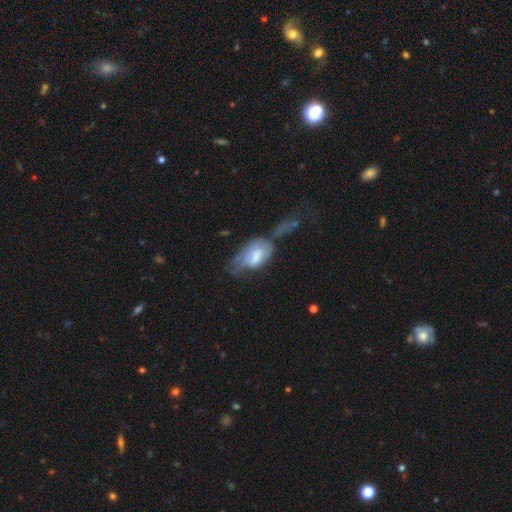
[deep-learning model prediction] smooth_or_featured: smooth (p=0.52) [alt: featured or disk p=0.40]
how_rounded: in between (p=0.90) [alt: round p=0.07]
merging: major disturbance (p=0.42) [alt: minor disturbance p=0.23]